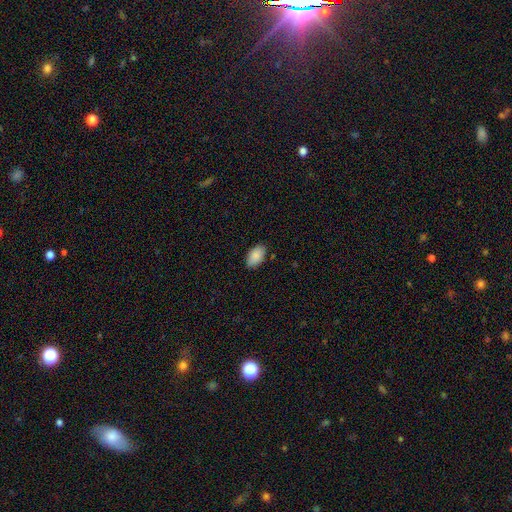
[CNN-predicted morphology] Overall: smooth (89%). How rounded: in between (94%). Merging: none (85%).